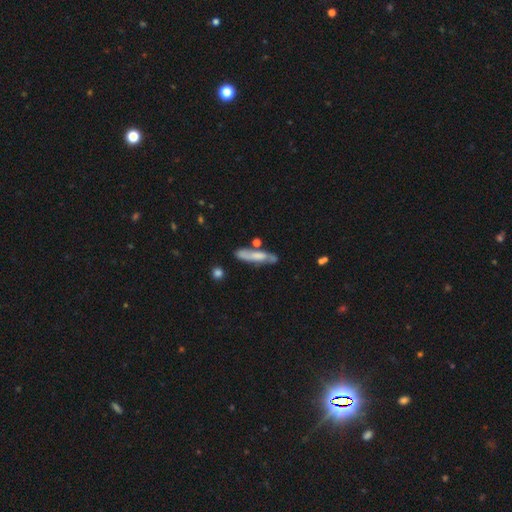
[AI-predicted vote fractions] The model was most divided on "smooth or featured": smooth: 55%, featured or disk: 37%, star or artifact: 7%. More confident: how rounded — cigar-shaped (77%); merging — none (64%).